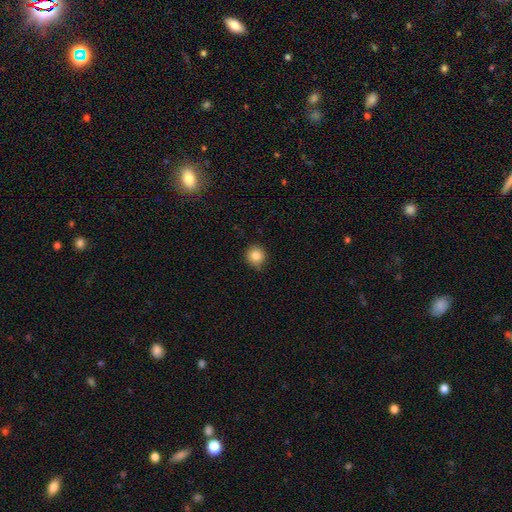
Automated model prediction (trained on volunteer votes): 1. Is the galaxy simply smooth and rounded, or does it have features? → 84% smooth, 10% star or artifact, 6% featured or disk.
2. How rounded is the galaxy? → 93% round, 6% in between, 1% cigar-shaped.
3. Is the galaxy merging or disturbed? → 88% none, 9% minor disturbance, 2% major disturbance, 1% merger.